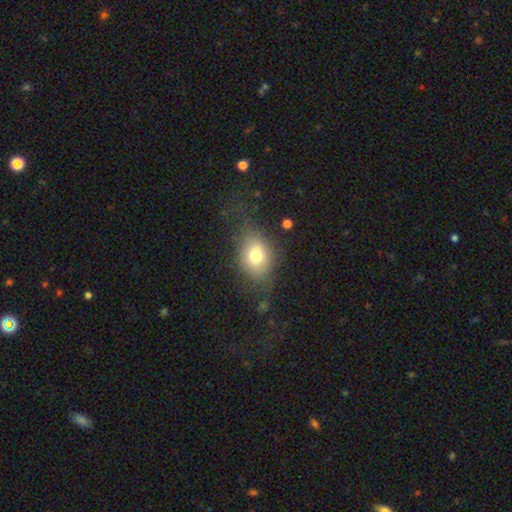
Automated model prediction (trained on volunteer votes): smooth 70%, featured or disk 19%, star or artifact 12%. Down the decision tree: how rounded — in between (63%); merging — none (60%).